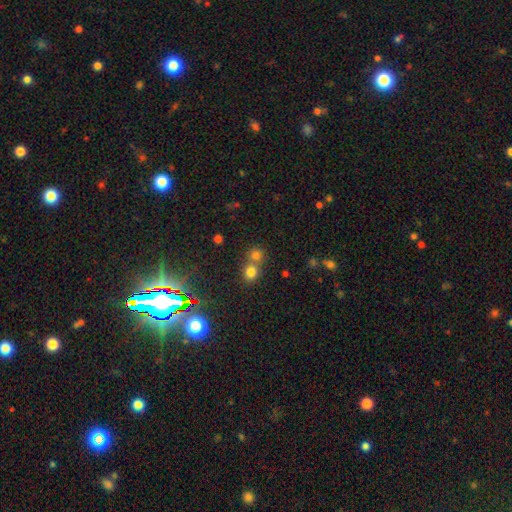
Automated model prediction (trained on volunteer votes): star or artifact 64%, smooth 27%, featured or disk 10%.